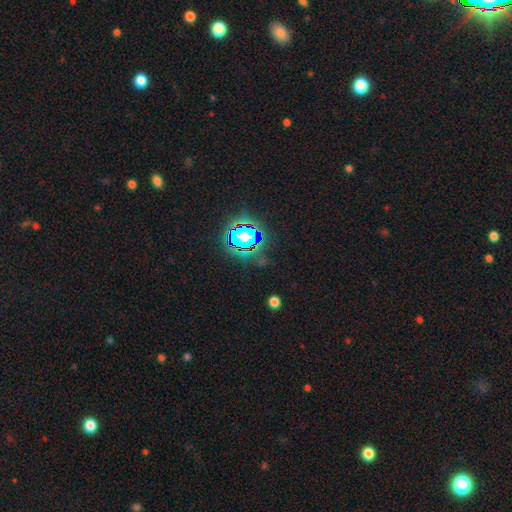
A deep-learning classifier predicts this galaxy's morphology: Smooth or featured? star or artifact (82%)